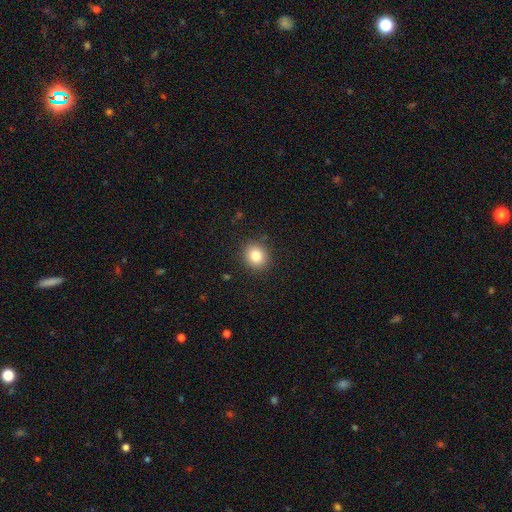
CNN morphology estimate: The model was most divided on "how rounded": round: 78%, in between: 21%, cigar-shaped: 1%. More confident: merging — none (89%); smooth or featured — smooth (82%).